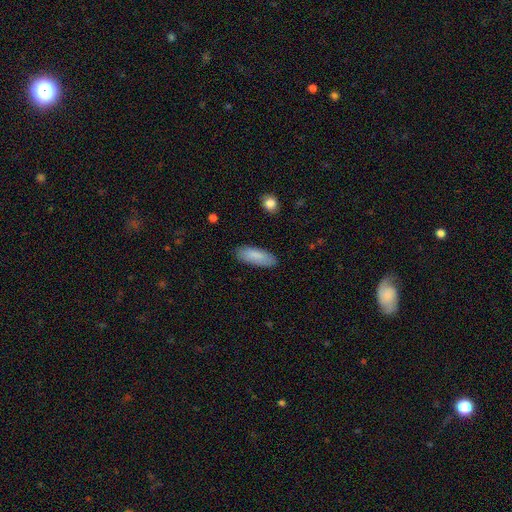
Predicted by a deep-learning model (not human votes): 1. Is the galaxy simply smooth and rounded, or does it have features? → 86% smooth, 8% featured or disk, 6% star or artifact.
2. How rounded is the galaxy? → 68% in between, 31% cigar-shaped, 2% round.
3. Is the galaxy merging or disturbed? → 87% none, 10% minor disturbance, 2% major disturbance, 1% merger.